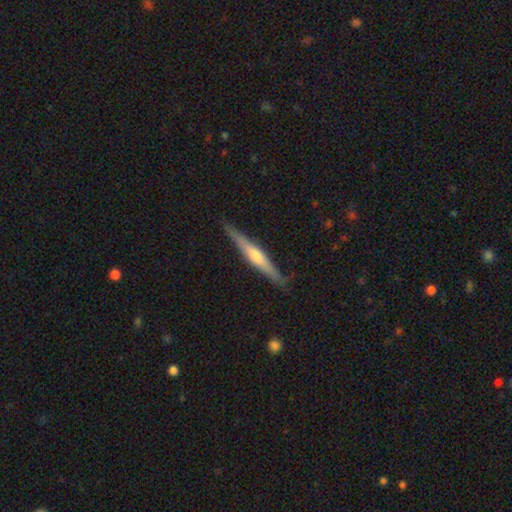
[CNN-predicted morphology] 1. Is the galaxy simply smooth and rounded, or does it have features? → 68% featured or disk, 27% smooth, 5% star or artifact.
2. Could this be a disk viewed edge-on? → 97% yes, 3% no.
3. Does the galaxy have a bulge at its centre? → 77% rounded, 12% none, 10% boxy.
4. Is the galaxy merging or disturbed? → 86% none, 10% minor disturbance, 2% major disturbance, 1% merger.